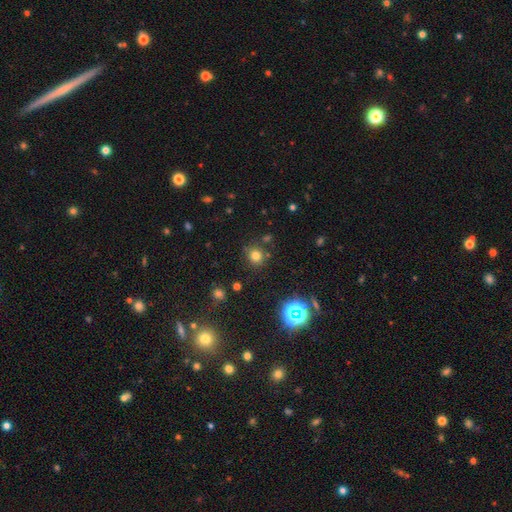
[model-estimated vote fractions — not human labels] smooth 73%, star or artifact 21%, featured or disk 7%. Down the decision tree: how rounded — round (89%); merging — none (83%).